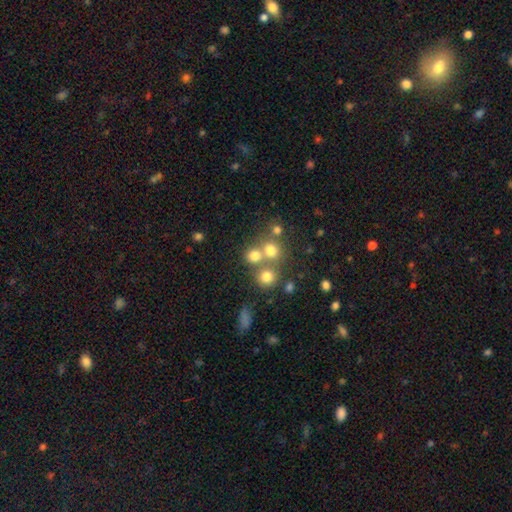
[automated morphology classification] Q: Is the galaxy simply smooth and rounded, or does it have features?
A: smooth — 70%.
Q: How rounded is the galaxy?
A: round — 85%.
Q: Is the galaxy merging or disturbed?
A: none — 53%.